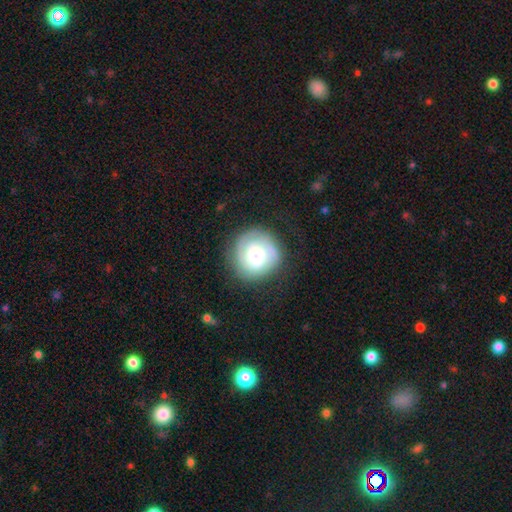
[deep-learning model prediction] The model was most divided on "spiral arm count": 2: 30%, 3: 29%, can't tell: 23%, 1: 8%, 4: 5%, more than 4: 5%. Remaining: edge-on disk — no (98%); spiral arms — yes (90%); merging — none (81%); bar — no (70%); smooth or featured — featured or disk (63%); spiral winding — tight (62%); bulge size — moderate (50%).